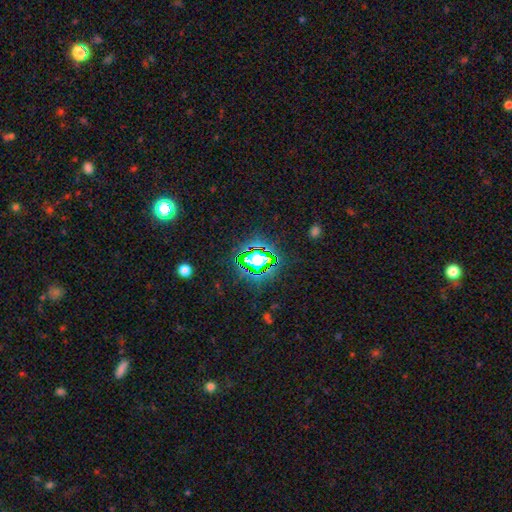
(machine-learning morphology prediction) smooth_or_featured: star or artifact (p=0.78) [alt: smooth p=0.13]